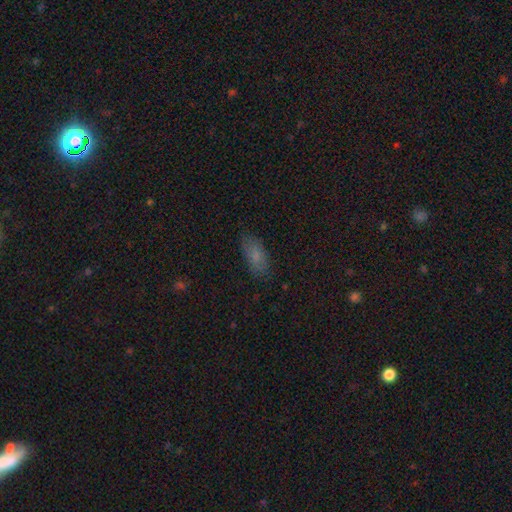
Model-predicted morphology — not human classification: Q: Smooth or featured?
A: smooth (77%); runner-up: featured or disk (13%)
Q: How rounded?
A: in between (86%); runner-up: cigar-shaped (11%)
Q: Merging?
A: none (80%); runner-up: minor disturbance (15%)